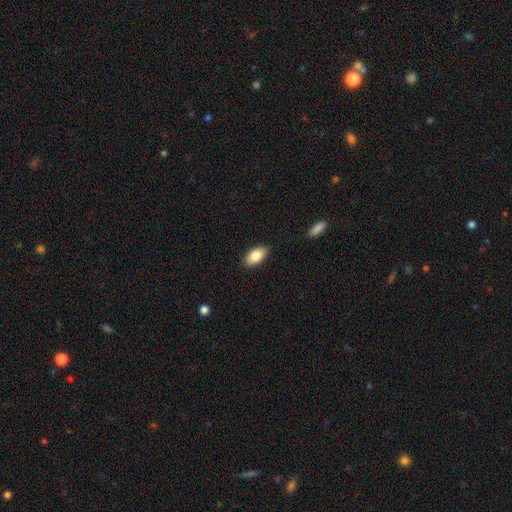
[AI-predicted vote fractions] A smooth galaxy with no disk features (84%) that is in between round and cigar-shaped (93%).

Vote fractions:
- Smooth or featured? smooth: 84% / featured or disk: 9% / star or artifact: 7%
- How rounded? in between: 93% / round: 4% / cigar-shaped: 4%
- Merging? none: 88% / minor disturbance: 9% / major disturbance: 2% / merger: 1%